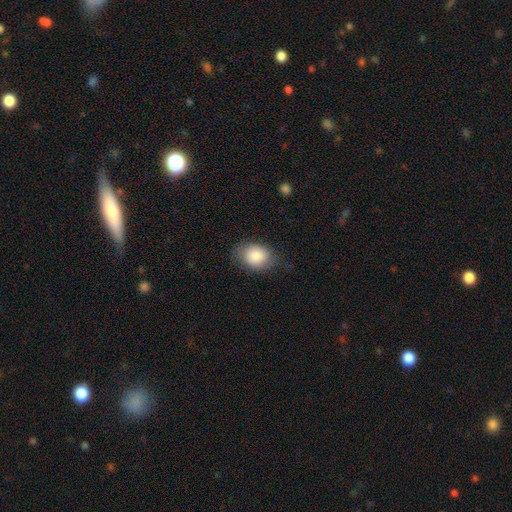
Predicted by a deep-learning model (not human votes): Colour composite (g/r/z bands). It shows a smooth galaxy with no disk features (83%) that is in between round and cigar-shaped (61%). Merging: none (67%).